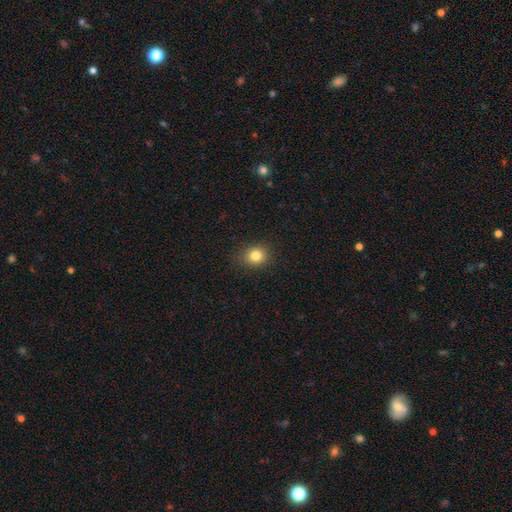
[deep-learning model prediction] Smooth or featured? smooth (82%)
How rounded? round (71%)
Merging? none (88%)